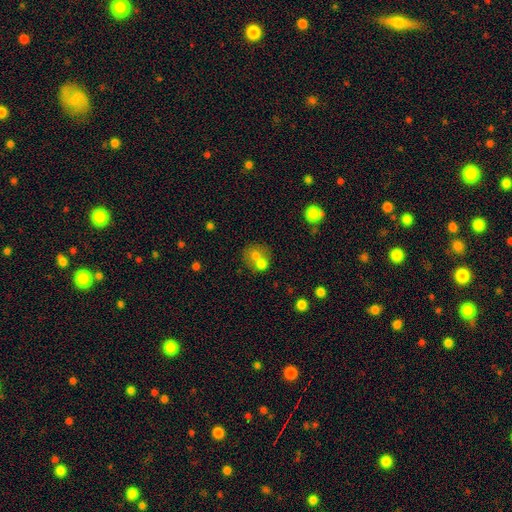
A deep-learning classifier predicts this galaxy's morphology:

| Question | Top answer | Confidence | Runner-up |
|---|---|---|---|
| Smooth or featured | smooth | 66% | featured or disk (22%) |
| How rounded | round | 73% | in between (26%) |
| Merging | merger | 59% | none (30%) |